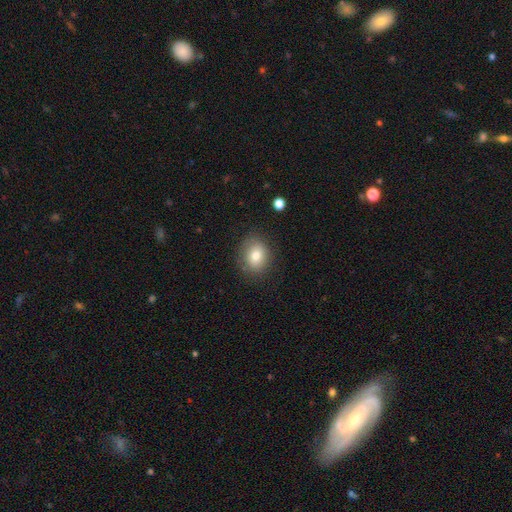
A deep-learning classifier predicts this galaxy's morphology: A smooth galaxy with no disk features (77%) that is round (53%). Merging: none (82%).